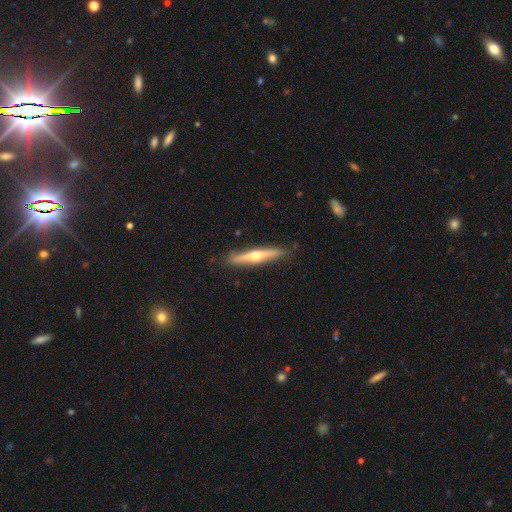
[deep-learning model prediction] Q: Smooth or featured?
A: featured or disk (66%); runner-up: smooth (29%)
Q: Edge-on disk?
A: yes (95%); runner-up: no (5%)
Q: Edge-on bulge?
A: rounded (92%); runner-up: none (6%)
Q: Merging?
A: none (84%); runner-up: minor disturbance (12%)